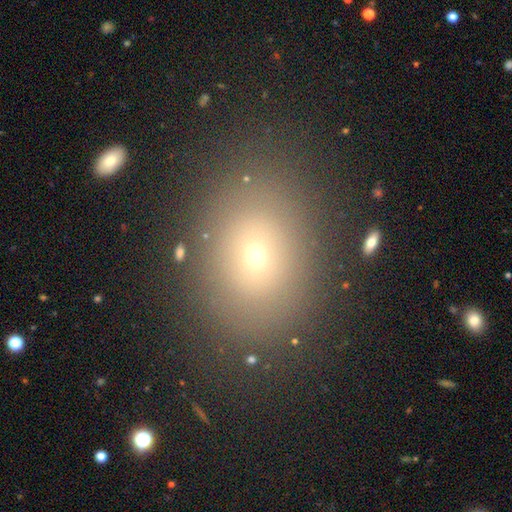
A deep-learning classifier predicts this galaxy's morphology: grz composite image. It shows a smooth galaxy with no disk features (64%) that is in between round and cigar-shaped (57%). Merging: none (84%).